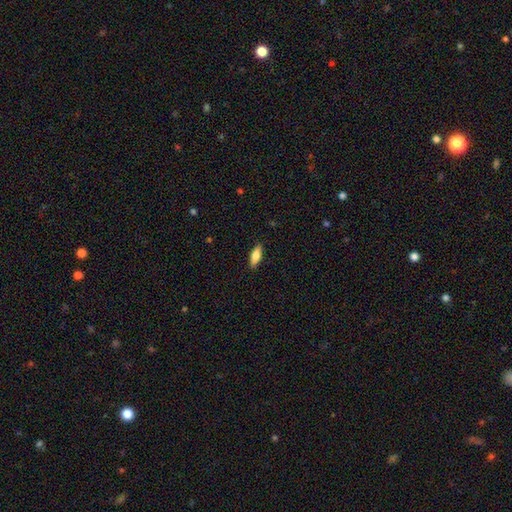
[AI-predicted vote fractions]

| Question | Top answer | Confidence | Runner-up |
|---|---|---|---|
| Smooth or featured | smooth | 76% | featured or disk (18%) |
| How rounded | in between | 67% | cigar-shaped (31%) |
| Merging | none | 88% | minor disturbance (9%) |